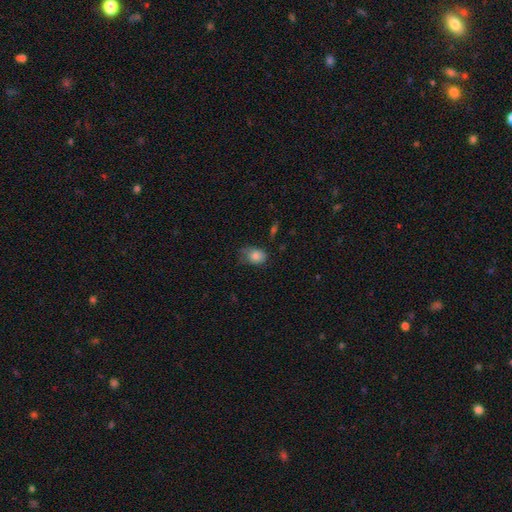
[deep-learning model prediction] Smooth or featured?
  - smooth: 81% *
  - featured or disk: 10%
  - star or artifact: 9%
How rounded?
  - in between: 63% *
  - round: 36%
  - cigar-shaped: 1%
Merging?
  - none: 45% *
  - minor disturbance: 38%
  - major disturbance: 15%
  - merger: 2%